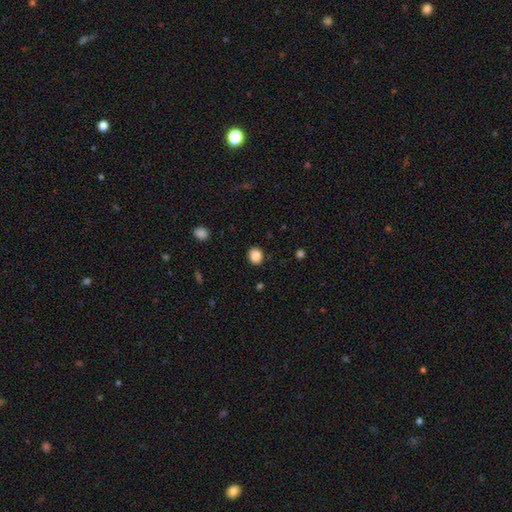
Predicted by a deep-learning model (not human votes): The model was most divided on "how rounded": round: 66%, in between: 33%, cigar-shaped: 1%. More confident: merging — none (88%); smooth or featured — smooth (87%).